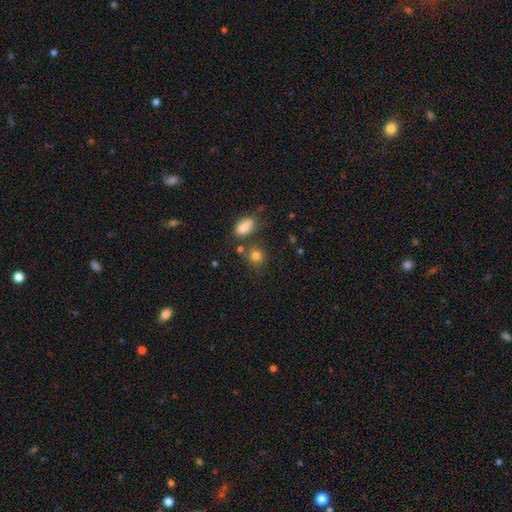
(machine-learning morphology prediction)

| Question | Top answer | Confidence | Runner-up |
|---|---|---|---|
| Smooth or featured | smooth | 81% | star or artifact (12%) |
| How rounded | round | 75% | in between (24%) |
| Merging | none | 69% | minor disturbance (14%) |